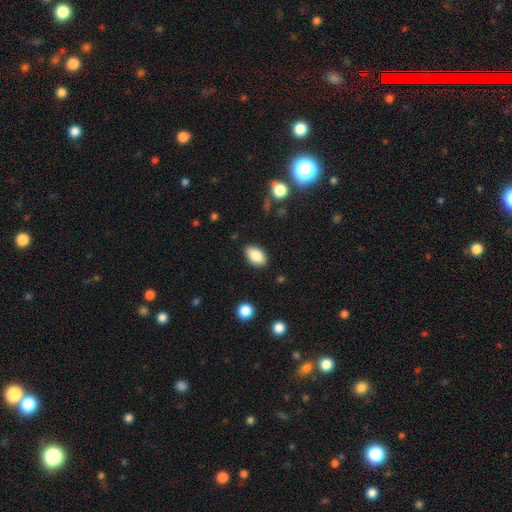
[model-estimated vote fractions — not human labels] smooth_or_featured: smooth (p=0.84) [alt: featured or disk p=0.08]
how_rounded: in between (p=0.92) [alt: round p=0.06]
merging: none (p=0.88) [alt: minor disturbance p=0.09]